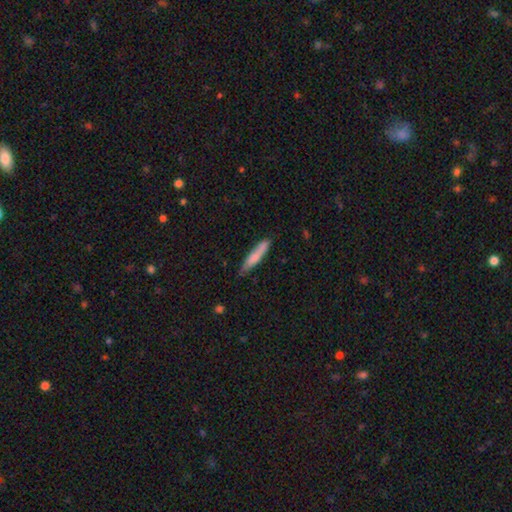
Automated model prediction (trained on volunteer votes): This appears to be a smooth galaxy with no disk features (75%) that is cigar-shaped (89%). Merging: none (79%).